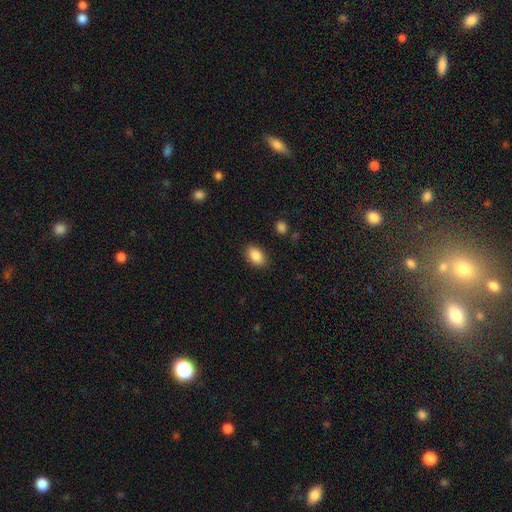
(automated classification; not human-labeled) smooth 89%, star or artifact 7%, featured or disk 4%. Down the decision tree: how rounded — in between (91%); merging — none (87%).